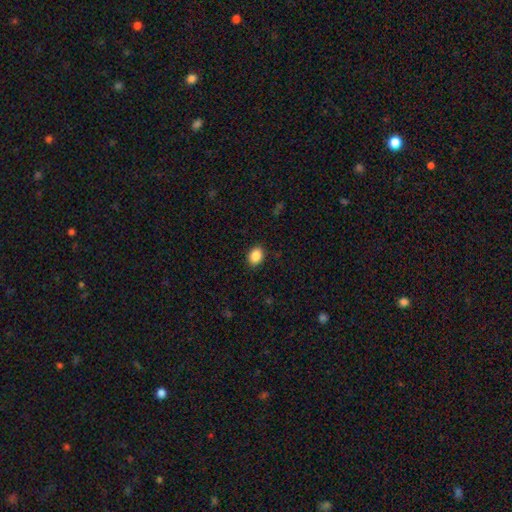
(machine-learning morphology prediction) smooth 88%, star or artifact 8%, featured or disk 3%. Down the decision tree: how rounded — in between (69%); merging — none (89%).